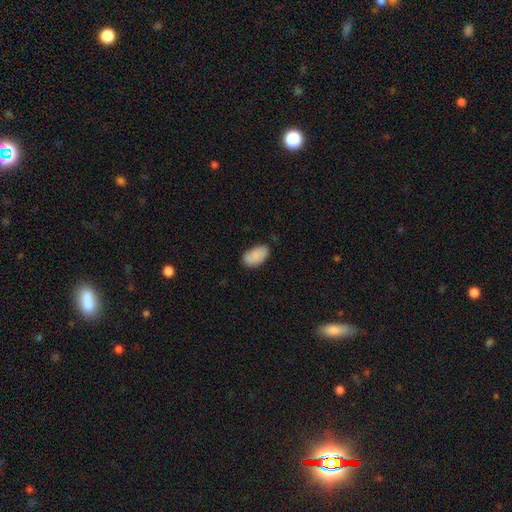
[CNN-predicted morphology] Smooth or featured? Predicted: smooth (p=0.87). How rounded? Predicted: in between (p=0.94). Merging? Predicted: none (p=0.68).